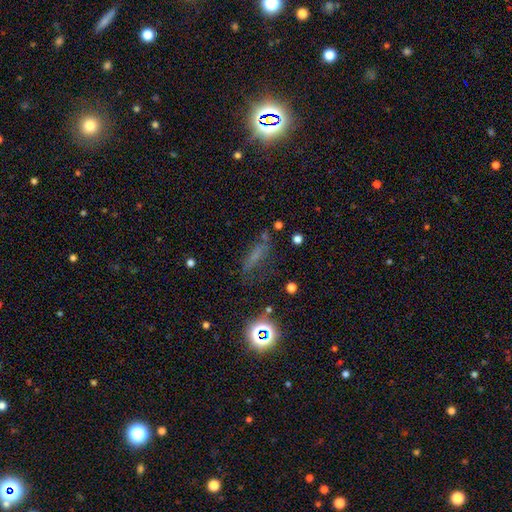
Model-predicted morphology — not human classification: smooth 49%, star or artifact 29%, featured or disk 22%. Down the decision tree: merging — none (61%).